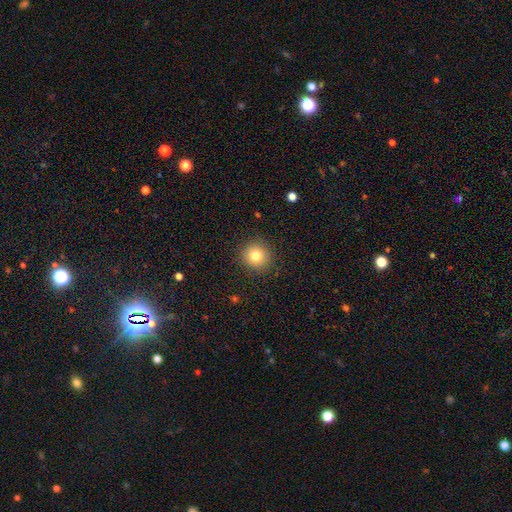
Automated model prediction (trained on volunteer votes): This is likely a smooth galaxy (80%). How rounded: clearly round (93%). Merging: clearly none (90%).